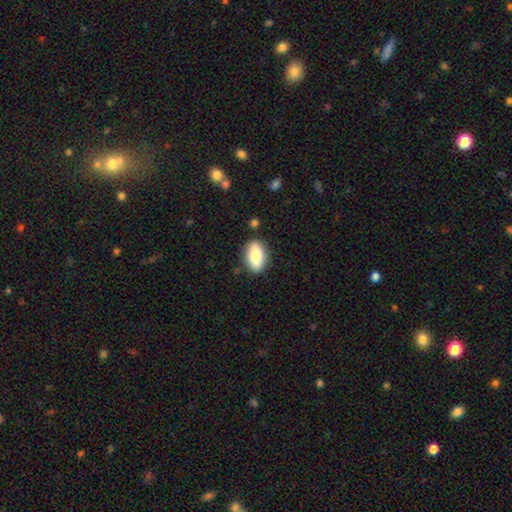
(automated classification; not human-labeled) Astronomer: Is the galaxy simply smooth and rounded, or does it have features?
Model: smooth — 82%.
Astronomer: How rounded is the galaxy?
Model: in between — 88%.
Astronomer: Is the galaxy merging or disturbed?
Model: none — 83%.